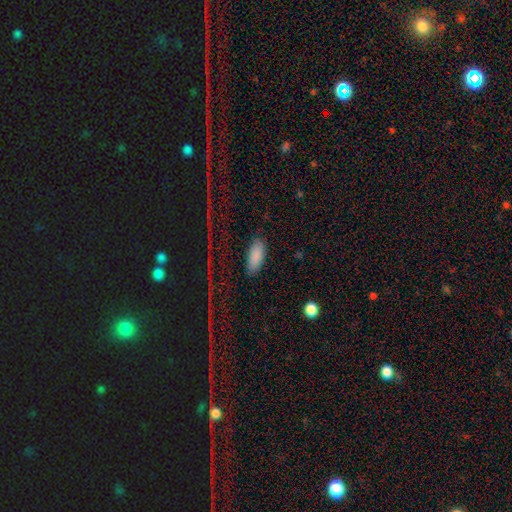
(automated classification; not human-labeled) This is clearly a smooth galaxy (84%). How rounded: clearly in between (89%). Merging: clearly none (83%).